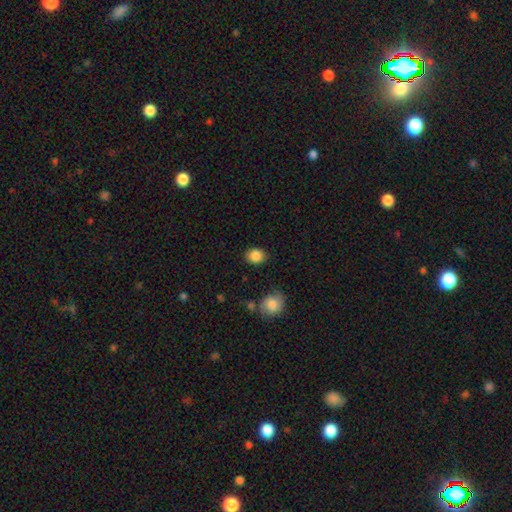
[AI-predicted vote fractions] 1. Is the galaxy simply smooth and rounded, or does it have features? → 87% smooth, 9% star or artifact, 5% featured or disk.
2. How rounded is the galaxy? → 55% round, 44% in between, 1% cigar-shaped.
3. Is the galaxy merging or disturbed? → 84% none, 11% minor disturbance, 3% major disturbance, 2% merger.